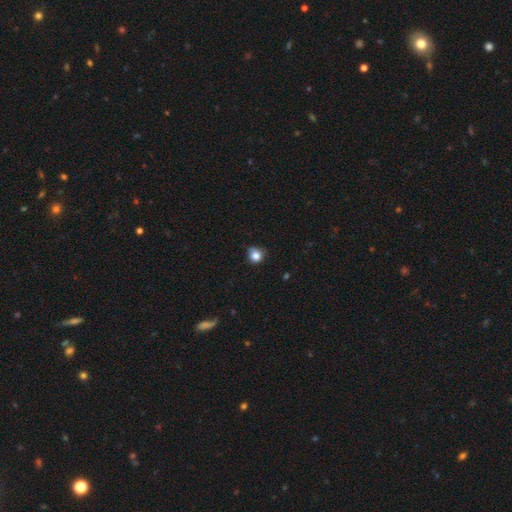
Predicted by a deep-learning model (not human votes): Morphology: type=smooth (81%); roundness=round (82%); merging=none (60%).